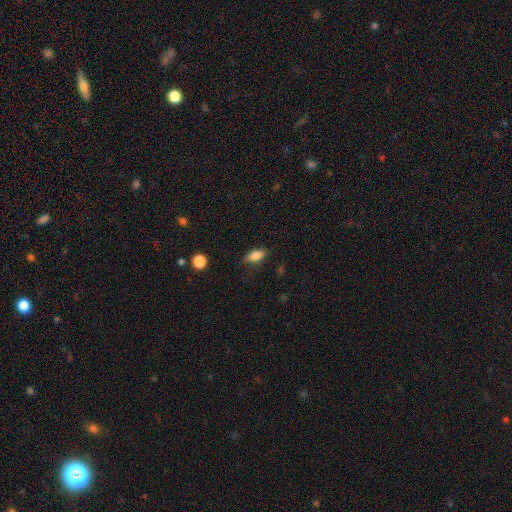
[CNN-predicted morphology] The model was most divided on "merging": none: 78%, minor disturbance: 17%, major disturbance: 4%, merger: 1%. More confident: how rounded — in between (85%); smooth or featured — smooth (83%).